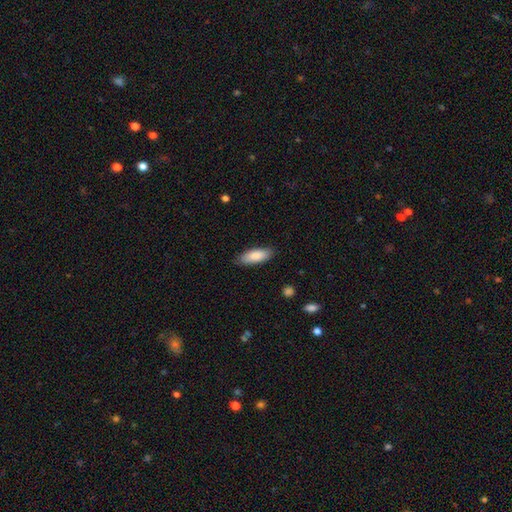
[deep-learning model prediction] Morphology: type=smooth (86%); roundness=in between (69%); merging=none (85%).